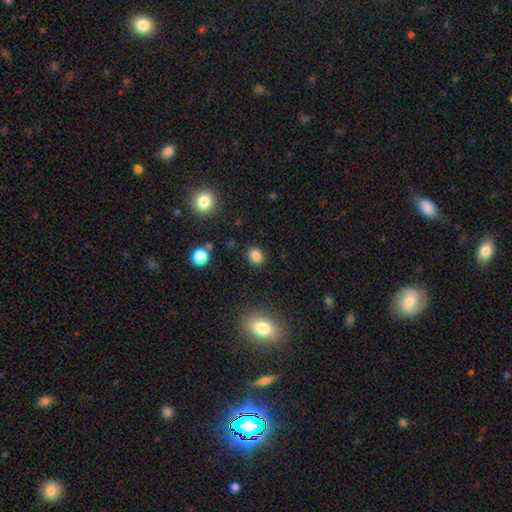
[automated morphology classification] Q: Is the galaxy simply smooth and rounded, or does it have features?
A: smooth — 84%.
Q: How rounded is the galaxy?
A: round — 58%.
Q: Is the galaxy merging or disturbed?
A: none — 88%.